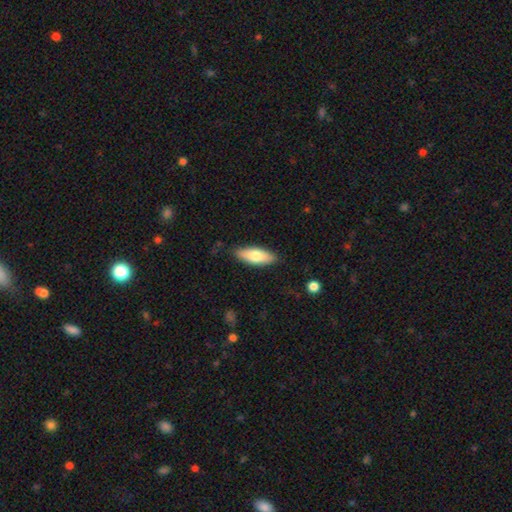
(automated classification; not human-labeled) A smooth galaxy with no disk features (73%) that is in between round and cigar-shaped (70%). Merging: none (84%).